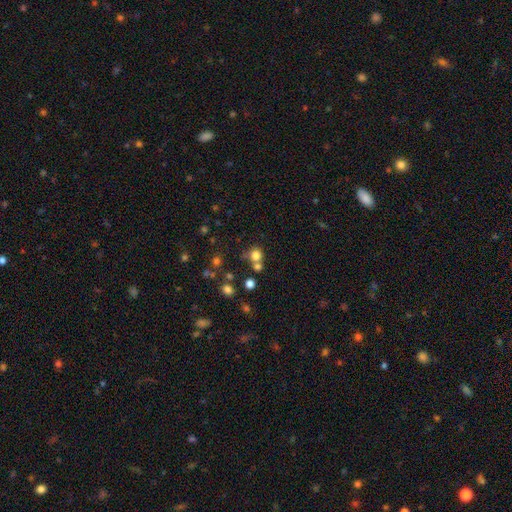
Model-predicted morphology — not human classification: Smooth or featured: smooth — 76% (star or artifact — 15%)
How rounded: round — 83% (in between — 16%)
Merging: none — 49% (merger — 33%)